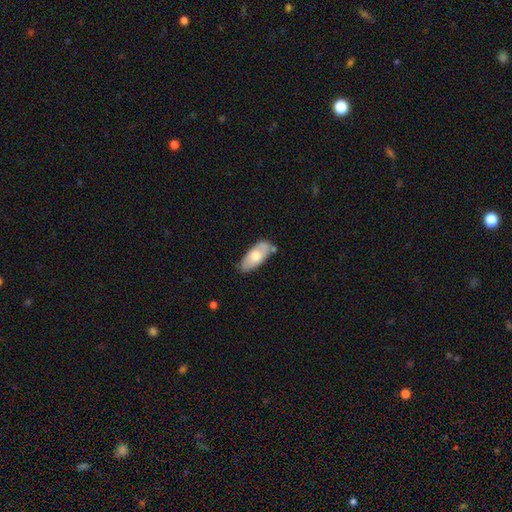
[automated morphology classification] A smooth galaxy with no disk features (63%) that is in between round and cigar-shaped (89%).

Vote fractions:
- Smooth or featured? smooth: 63% / featured or disk: 31% / star or artifact: 6%
- How rounded? in between: 89% / cigar-shaped: 9% / round: 2%
- Merging? none: 65% / minor disturbance: 24% / merger: 6% / major disturbance: 5%